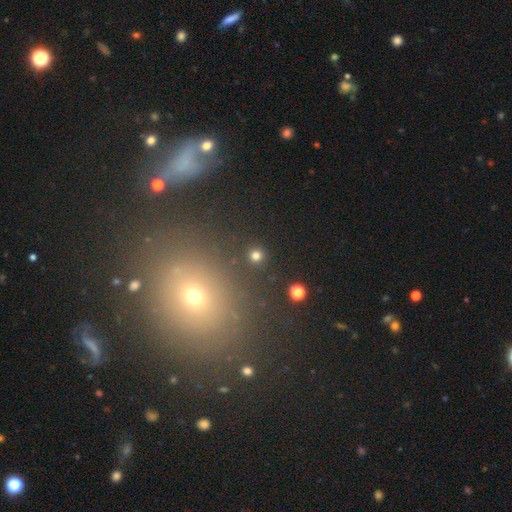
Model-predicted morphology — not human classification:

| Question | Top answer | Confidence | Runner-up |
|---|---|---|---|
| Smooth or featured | smooth | 78% | star or artifact (17%) |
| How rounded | round | 94% | in between (5%) |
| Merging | none | 90% | minor disturbance (5%) |